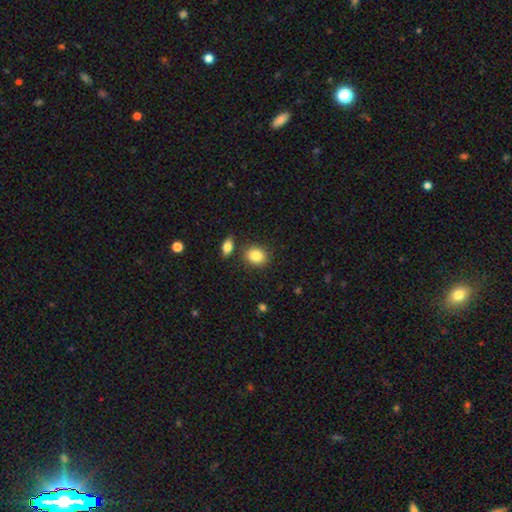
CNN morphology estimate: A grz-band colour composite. It shows a smooth galaxy with no disk features (85%) that is round (58%). Merging: none (81%).